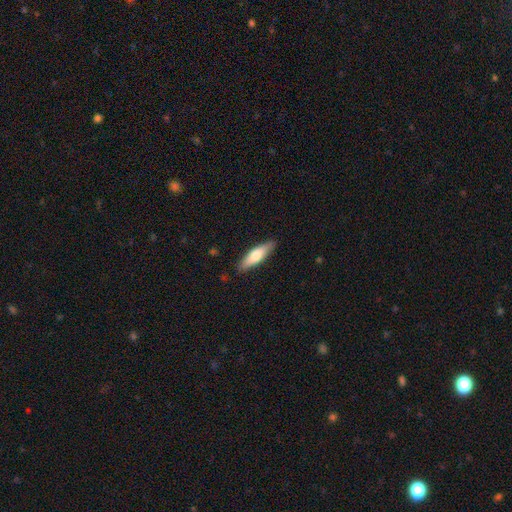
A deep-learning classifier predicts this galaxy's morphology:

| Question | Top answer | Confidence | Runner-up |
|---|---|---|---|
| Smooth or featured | smooth | 65% | featured or disk (30%) |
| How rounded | cigar-shaped | 58% | in between (41%) |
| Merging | none | 86% | minor disturbance (11%) |